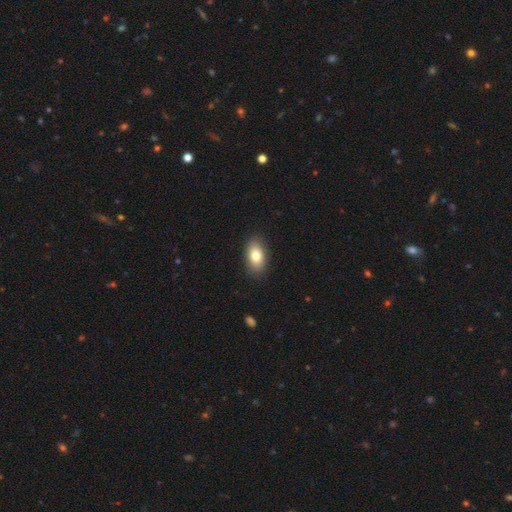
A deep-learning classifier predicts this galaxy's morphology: The model was most divided on "smooth or featured": smooth: 80%, featured or disk: 12%, star or artifact: 8%. More confident: how rounded — in between (90%); merging — none (88%).